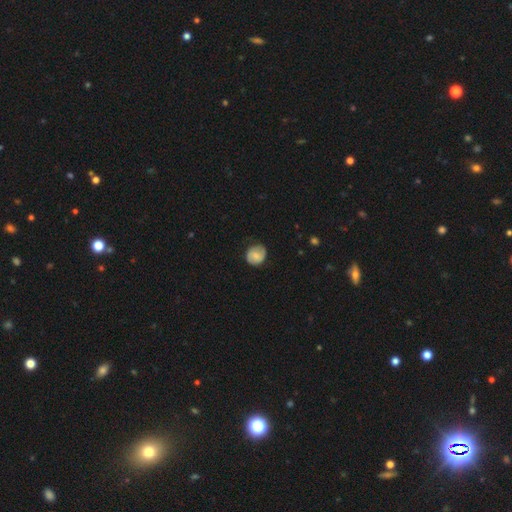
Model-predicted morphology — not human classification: smooth-or-featured: smooth: 62% | featured or disk: 31% | star or artifact: 7%
  how-rounded: round: 79% | in between: 20% | cigar-shaped: 1%
  merging: none: 74% | minor disturbance: 21% | major disturbance: 4% | merger: 1%